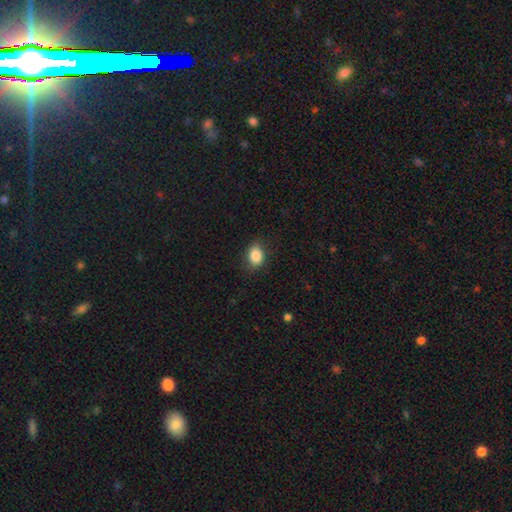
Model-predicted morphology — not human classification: type=smooth (85%); roundness=in between (67%); merging=none (82%).